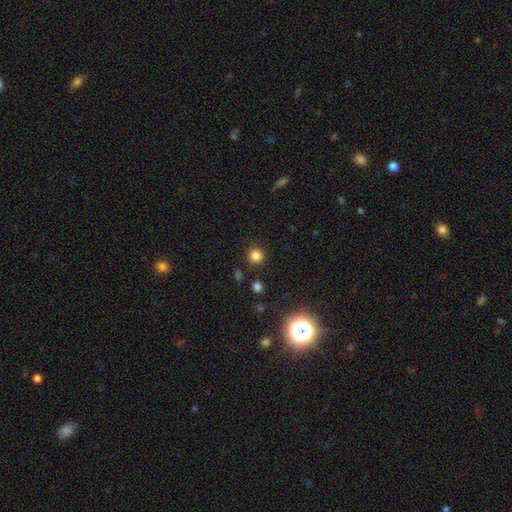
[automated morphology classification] A smooth galaxy with no disk features (81%) that is round (94%). Merging: none (89%).